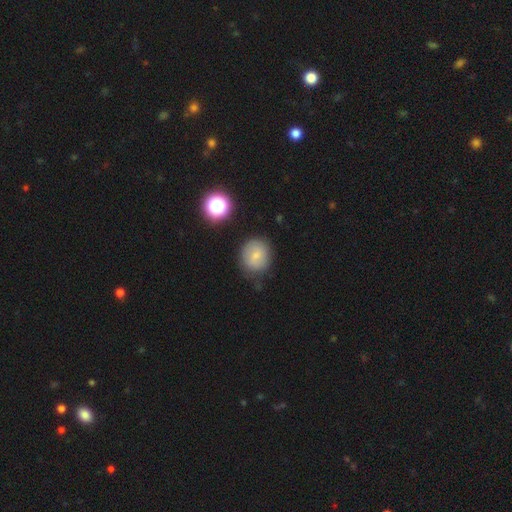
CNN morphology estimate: Smooth or featured? smooth (69%)
How rounded? round (82%)
Merging? none (76%)